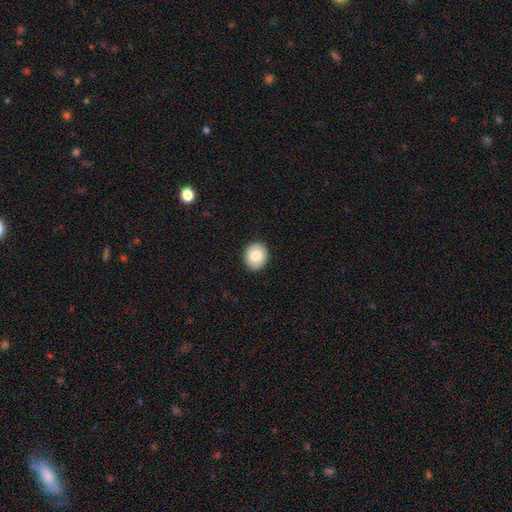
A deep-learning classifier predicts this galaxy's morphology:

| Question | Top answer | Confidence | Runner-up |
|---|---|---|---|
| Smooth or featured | smooth | 82% | featured or disk (10%) |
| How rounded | round | 74% | in between (25%) |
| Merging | none | 92% | minor disturbance (6%) |